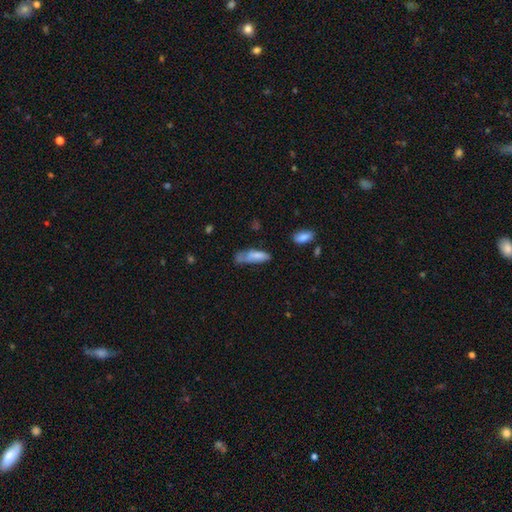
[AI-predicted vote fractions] Q: Smooth or featured?
A: smooth (74%); runner-up: featured or disk (18%)
Q: How rounded?
A: in between (53%); runner-up: cigar-shaped (45%)
Q: Merging?
A: none (34%); runner-up: minor disturbance (33%)